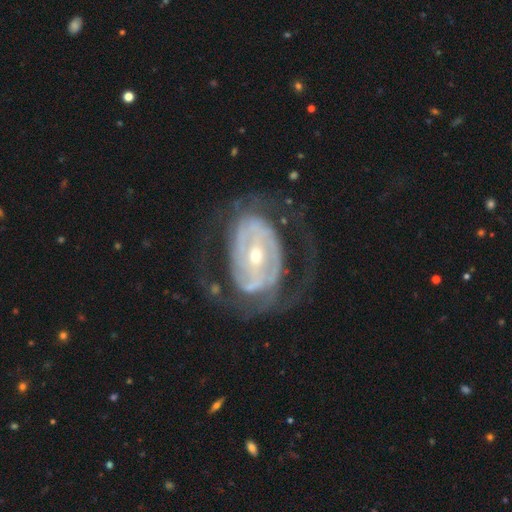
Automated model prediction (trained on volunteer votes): smooth-or-featured: featured or disk: 87% | smooth: 7% | star or artifact: 5%
  disk-edge-on: no: 96% | yes: 4%
    bar: strong: 41% | weak: 34% | no: 24%
    has-spiral-arms: yes: 86% | no: 14%
      spiral-winding: tight: 46% | medium: 37% | loose: 17%
      spiral-arm-count: 2: 57% | can't tell: 23% | 3: 8% | 1: 5% | 4: 4% | more than 4: 3%
    bulge-size: small: 60% | moderate: 36% | large: 2% | dominant: 1% | none: 1%
  merging: none: 61% | major disturbance: 23% | minor disturbance: 15% | merger: 2%